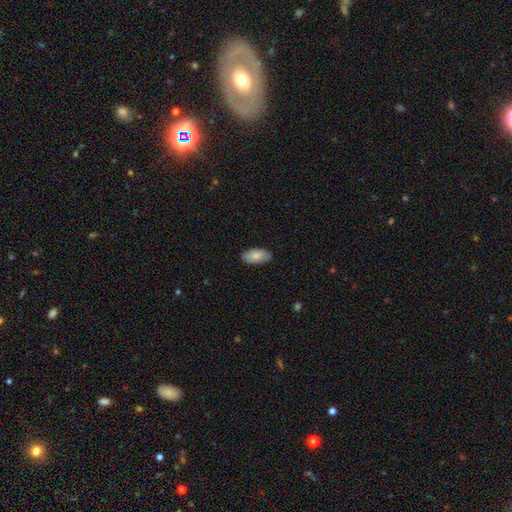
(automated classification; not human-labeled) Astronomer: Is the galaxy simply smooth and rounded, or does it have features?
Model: smooth — 83%.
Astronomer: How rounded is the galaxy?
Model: in between — 94%.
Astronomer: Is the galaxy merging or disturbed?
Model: none — 87%.